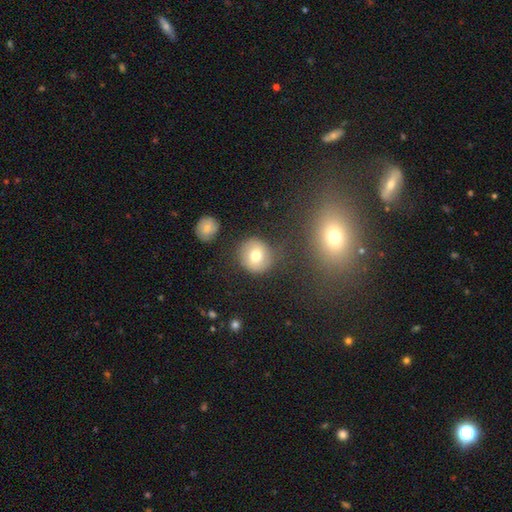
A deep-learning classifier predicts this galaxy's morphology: type=smooth (73%); roundness=round (90%); merging=none (80%).